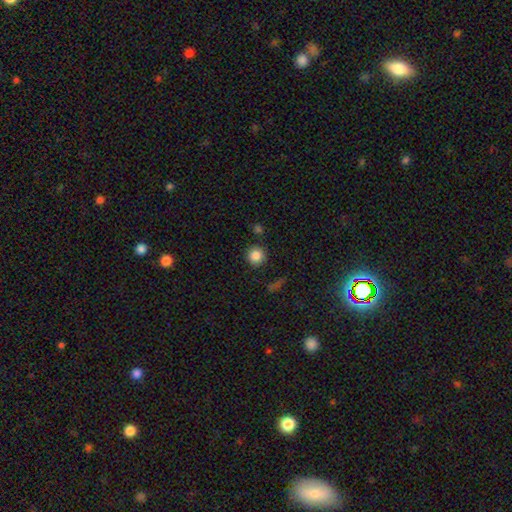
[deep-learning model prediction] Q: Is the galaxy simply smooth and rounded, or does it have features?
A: smooth — 85%.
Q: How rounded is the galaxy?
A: round — 93%.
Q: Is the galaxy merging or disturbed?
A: none — 85%.